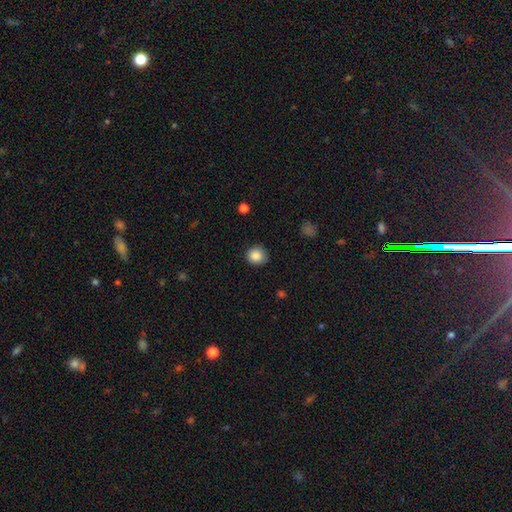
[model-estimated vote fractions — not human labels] This is clearly a smooth galaxy (87%). How rounded: clearly round (88%). Merging: clearly none (85%).